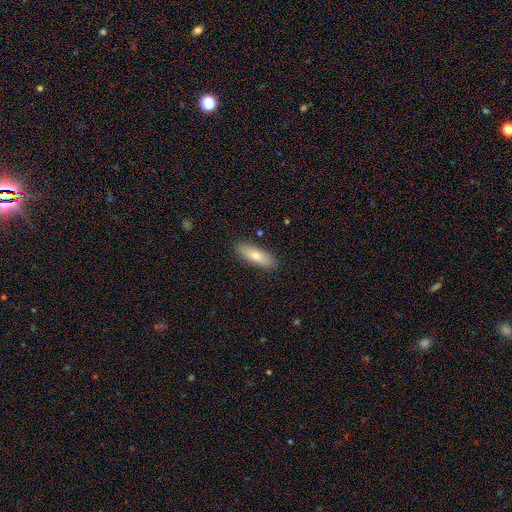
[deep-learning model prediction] Smooth or featured? smooth (74%)
How rounded? in between (56%)
Merging? none (88%)